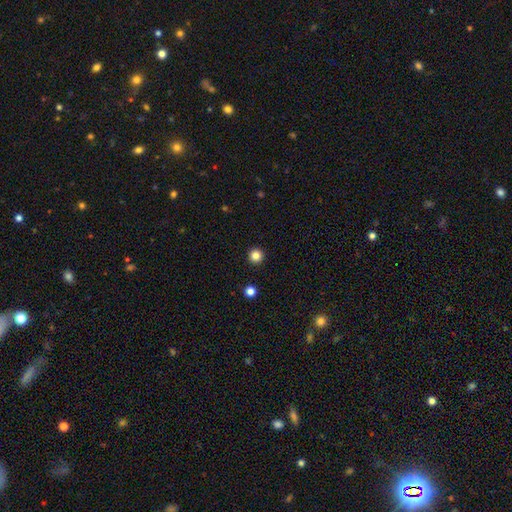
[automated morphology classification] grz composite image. It shows a smooth galaxy with no disk features (84%) that is round (97%). Merging: none (94%).